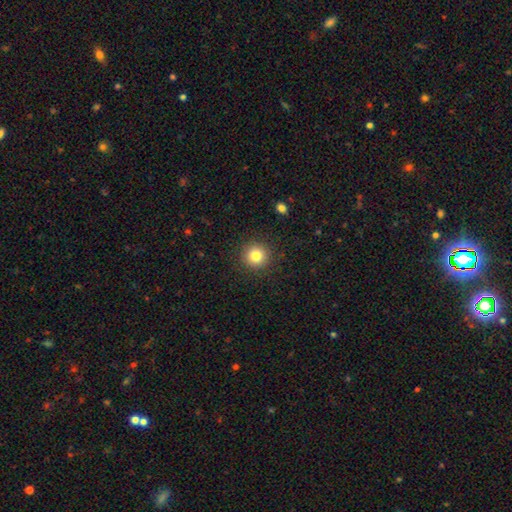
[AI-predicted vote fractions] smooth 82%, star or artifact 11%, featured or disk 7%. Down the decision tree: how rounded — round (95%); merging — none (91%).